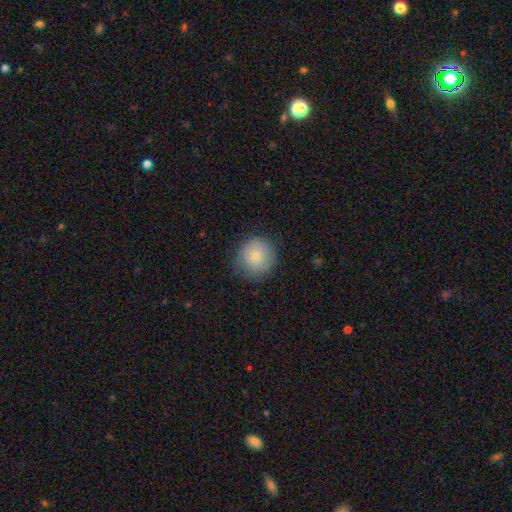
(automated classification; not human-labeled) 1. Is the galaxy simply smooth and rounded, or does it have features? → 76% smooth, 16% featured or disk, 8% star or artifact.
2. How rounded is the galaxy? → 93% round, 6% in between, 1% cigar-shaped.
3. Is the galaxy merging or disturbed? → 76% none, 18% minor disturbance, 5% major disturbance, 1% merger.